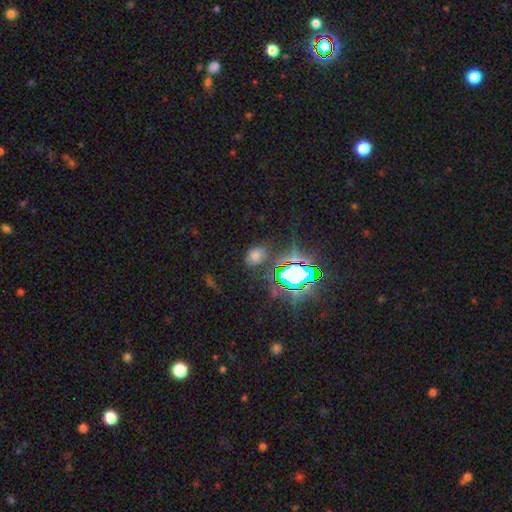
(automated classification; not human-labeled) Smooth or featured? smooth (50%)
How rounded? in between (69%)
Merging? none (76%)